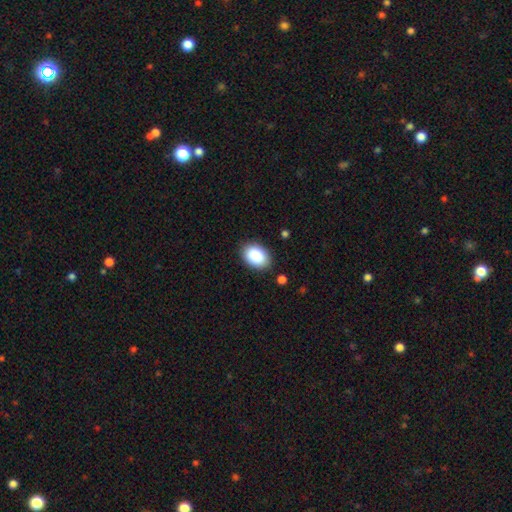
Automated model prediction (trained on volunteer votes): Smooth or featured? Predicted: smooth (p=0.89). How rounded? Predicted: in between (p=0.83). Merging? Predicted: none (p=0.87).